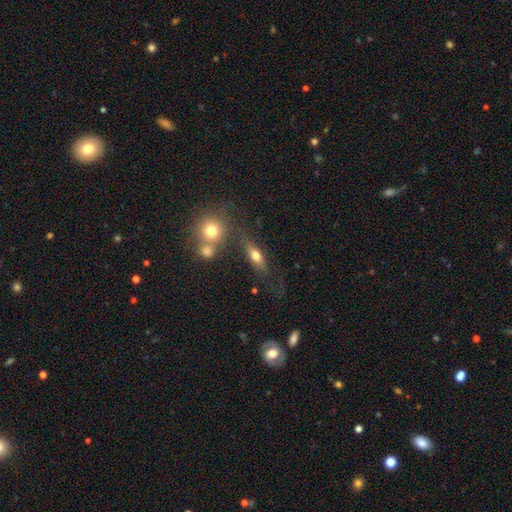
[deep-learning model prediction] Morphology: type=smooth (61%); roundness=in between (55%); merging=none (61%).